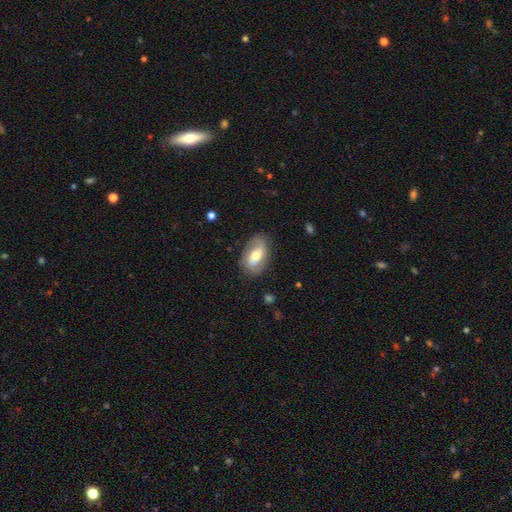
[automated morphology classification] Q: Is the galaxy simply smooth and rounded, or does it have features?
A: featured or disk — 51%.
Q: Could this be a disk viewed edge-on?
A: no — 91%.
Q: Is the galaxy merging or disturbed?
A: none — 78%.